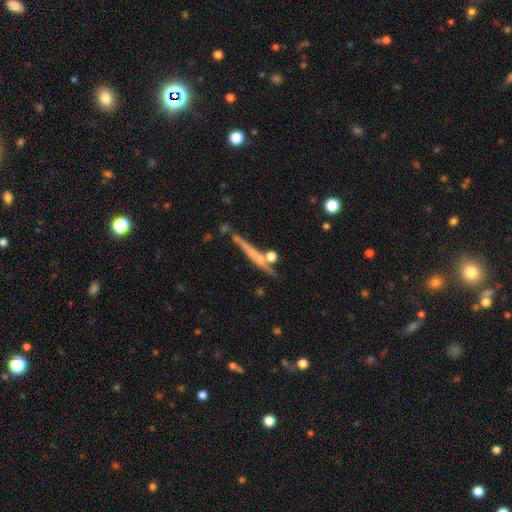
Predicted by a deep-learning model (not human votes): Smooth or featured?
  - featured or disk: 60% *
  - smooth: 32%
  - star or artifact: 9%
Edge-on disk?
  - yes: 94% *
  - no: 6%
Edge-on bulge?
  - none: 55% *
  - rounded: 37%
  - boxy: 8%
Merging?
  - none: 72% *
  - minor disturbance: 13%
  - merger: 11%
  - major disturbance: 4%